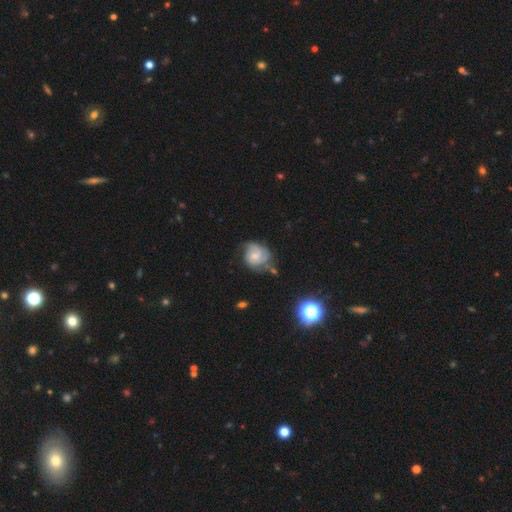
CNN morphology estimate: Smooth or featured? Predicted: featured or disk (p=0.72). Edge-on disk? Predicted: no (p=0.98). Bar? Predicted: no (p=0.66). Spiral arms? Predicted: yes (p=0.93). Spiral winding? Predicted: tight (p=0.52). Spiral arm count? Predicted: 2 (p=0.45). Bulge size? Predicted: small (p=0.47). Merging? Predicted: none (p=0.52).